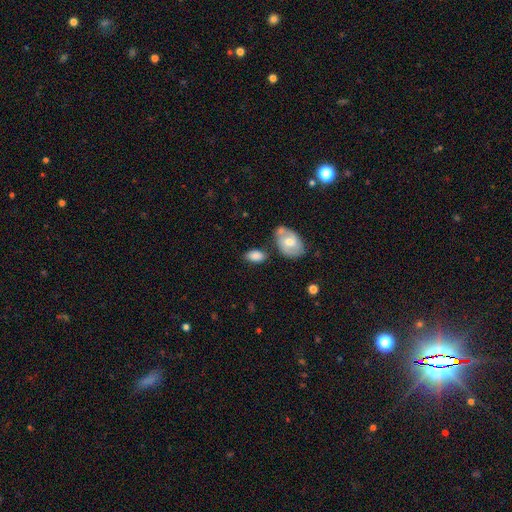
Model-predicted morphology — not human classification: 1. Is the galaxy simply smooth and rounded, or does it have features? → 81% smooth, 12% featured or disk, 7% star or artifact.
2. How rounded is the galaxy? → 91% in between, 7% round, 2% cigar-shaped.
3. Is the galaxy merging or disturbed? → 65% none, 18% minor disturbance, 11% merger, 5% major disturbance.